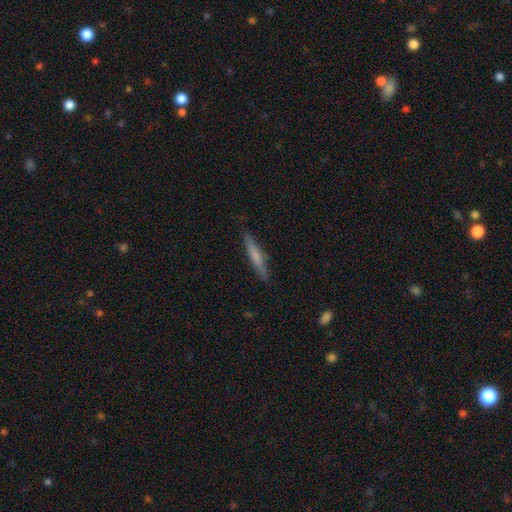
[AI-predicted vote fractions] This is possibly a smooth galaxy (59%). How rounded: clearly cigar-shaped (94%). Merging: clearly none (88%).